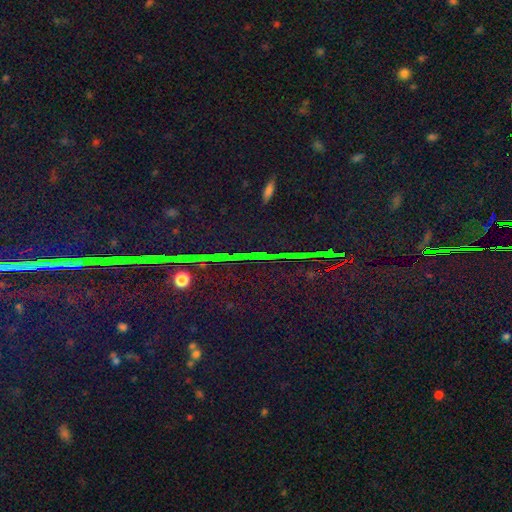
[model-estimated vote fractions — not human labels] Morphology: type=star or artifact (87%).